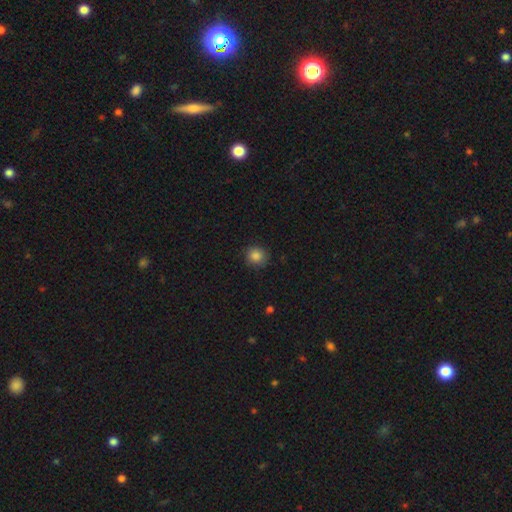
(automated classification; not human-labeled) Smooth or featured? smooth (86%)
How rounded? round (88%)
Merging? none (87%)